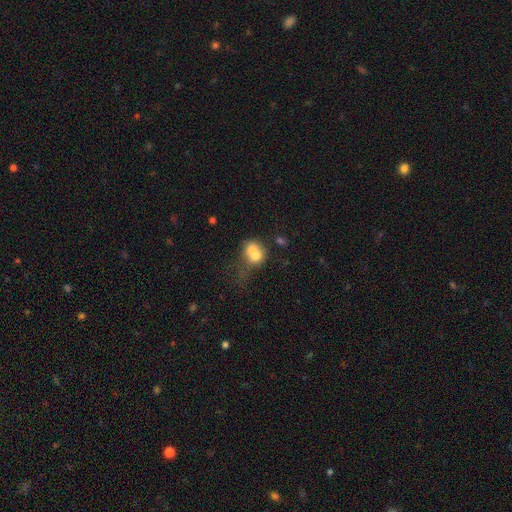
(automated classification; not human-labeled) A smooth galaxy with no disk features (64%) that is round (65%).

Vote fractions:
- Smooth or featured? smooth: 64% / featured or disk: 25% / star or artifact: 11%
- How rounded? round: 65% / in between: 34% / cigar-shaped: 1%
- Merging? merger: 68% / none: 18% / minor disturbance: 7% / major disturbance: 7%